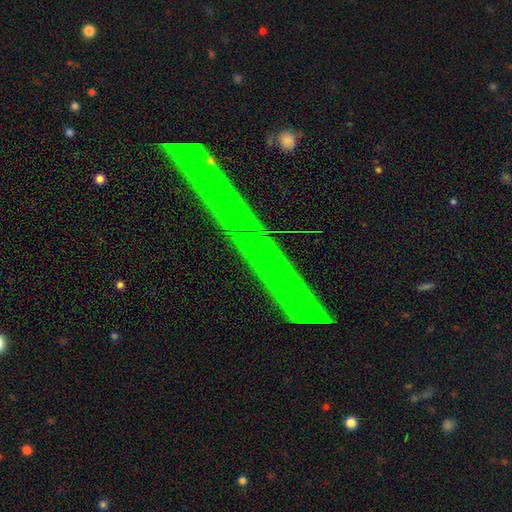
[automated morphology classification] star or artifact 70%, featured or disk 17%, smooth 13%.